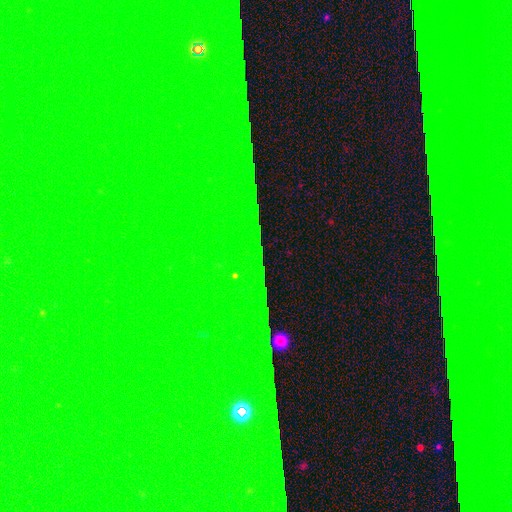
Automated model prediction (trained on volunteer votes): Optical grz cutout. It shows a star or artifact, not a galaxy (86%).